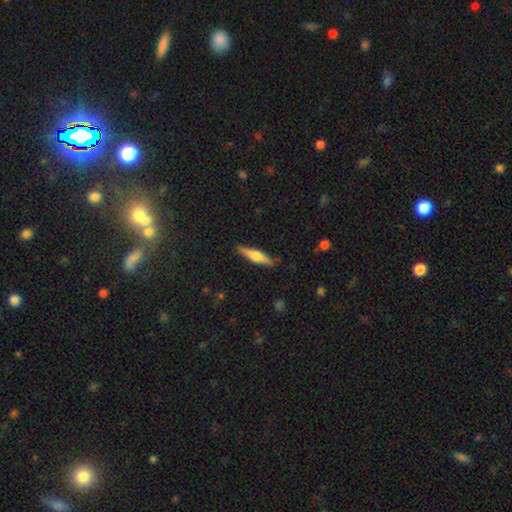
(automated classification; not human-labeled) The model was most divided on "smooth or featured": smooth: 50%, featured or disk: 44%, star or artifact: 6%. More confident: merging — none (86%).